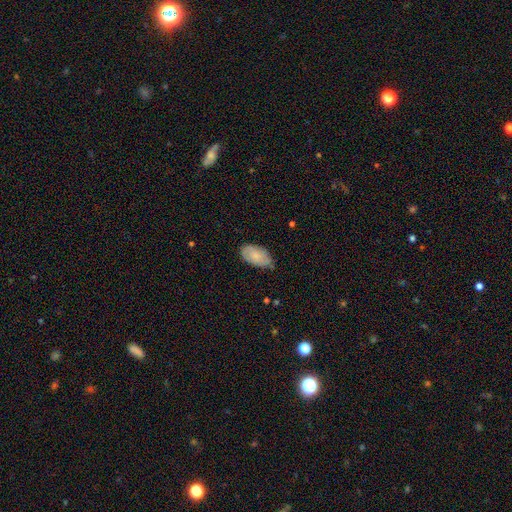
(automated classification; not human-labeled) A smooth galaxy with no disk features (76%) that is in between round and cigar-shaped (95%). Merging: none (66%).